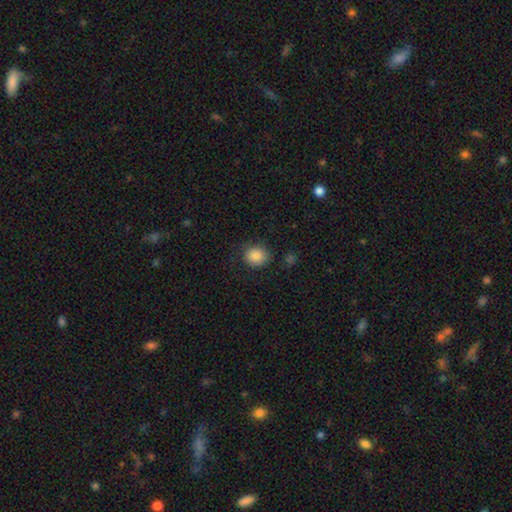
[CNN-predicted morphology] This is clearly a smooth galaxy (85%). How rounded: likely round (78%). Merging: clearly none (81%).